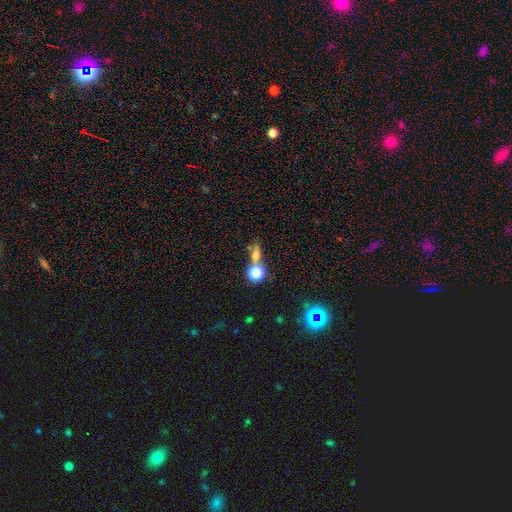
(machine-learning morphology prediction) Smooth or featured?
  - smooth: 51% *
  - star or artifact: 25%
  - featured or disk: 24%
How rounded?
  - round: 35% *
  - in between: 33%
  - cigar-shaped: 32%
Merging?
  - none: 56% *
  - merger: 26%
  - minor disturbance: 11%
  - major disturbance: 7%